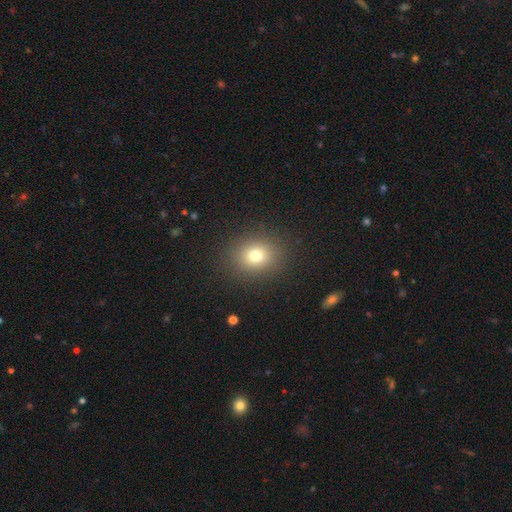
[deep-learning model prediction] A smooth galaxy with no disk features (76%) that is round (66%). Merging: none (88%).